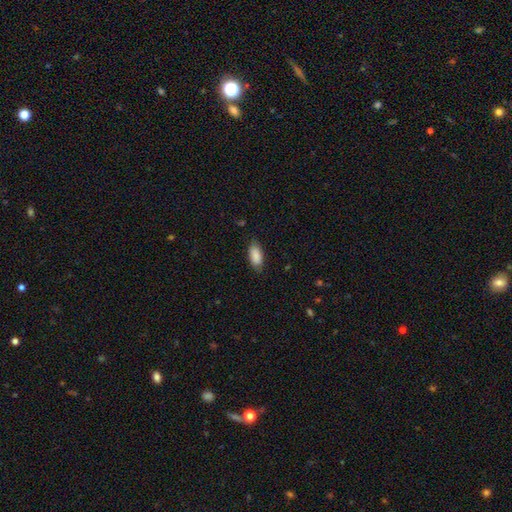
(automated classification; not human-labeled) A smooth galaxy with no disk features (88%) that is in between round and cigar-shaped (90%).

Vote fractions:
- Smooth or featured? smooth: 88% / star or artifact: 6% / featured or disk: 5%
- How rounded? in between: 90% / cigar-shaped: 8% / round: 2%
- Merging? none: 81% / minor disturbance: 15% / major disturbance: 3% / merger: 1%